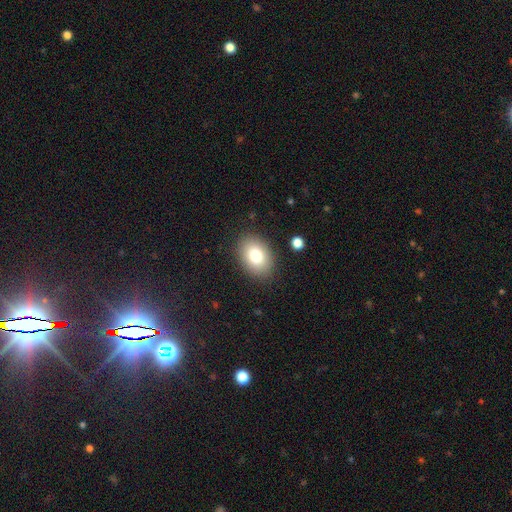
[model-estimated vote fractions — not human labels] Smooth or featured: smooth — 80% (featured or disk — 11%)
How rounded: in between — 74% (round — 25%)
Merging: none — 87% (minor disturbance — 9%)